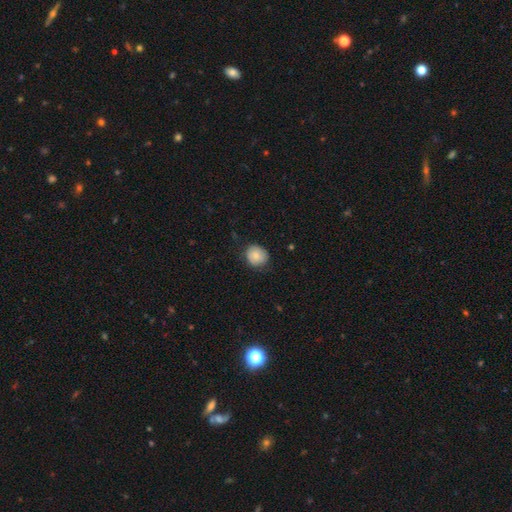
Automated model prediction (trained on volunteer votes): Morphology: type=smooth (76%); roundness=round (81%); merging=none (73%).